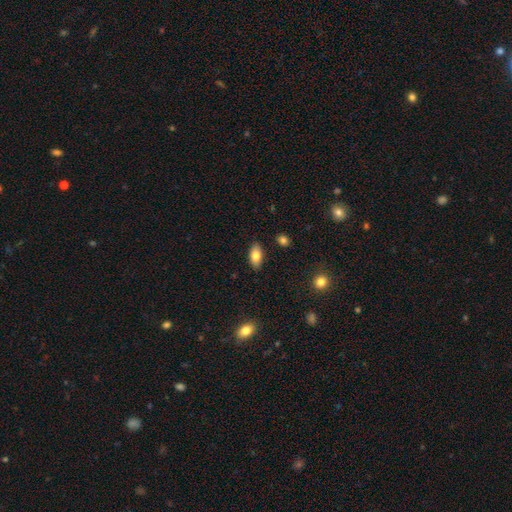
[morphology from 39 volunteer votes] smooth-or-featured: smooth: 77% | featured or disk: 21% | star or artifact: 3%
  how-rounded: in between: 73% | cigar-shaped: 20% | round: 7%
  merging: none: 89% | minor disturbance: 11% | major disturbance: 0% | merger: 0%